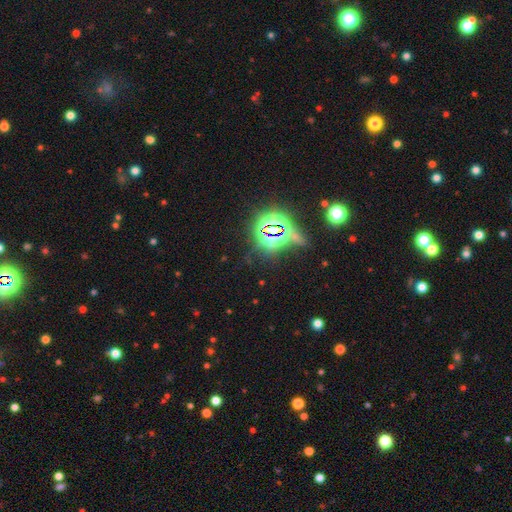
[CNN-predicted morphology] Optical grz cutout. It shows a star or artifact, not a galaxy (82%).